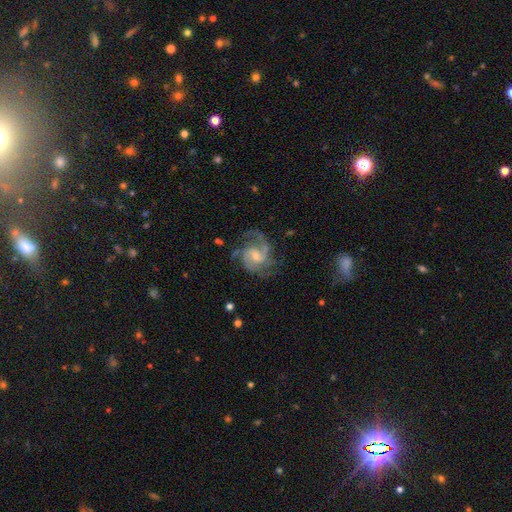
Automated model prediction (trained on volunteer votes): Smooth or featured? Predicted: featured or disk (p=0.89). Edge-on disk? Predicted: no (p=0.98). Bar? Predicted: weak (p=0.48). Spiral arms? Predicted: yes (p=0.97). Spiral winding? Predicted: medium (p=0.53). Spiral arm count? Predicted: 2 (p=0.40). Bulge size? Predicted: small (p=0.48). Merging? Predicted: none (p=0.69).